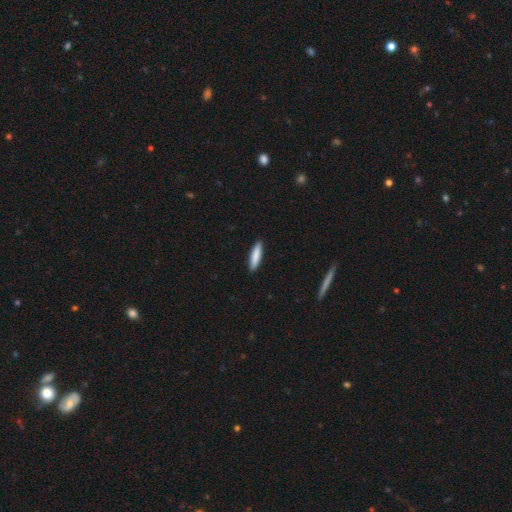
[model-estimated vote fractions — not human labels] smooth 84%, featured or disk 10%, star or artifact 5%. Down the decision tree: how rounded — cigar-shaped (78%); merging — none (90%).